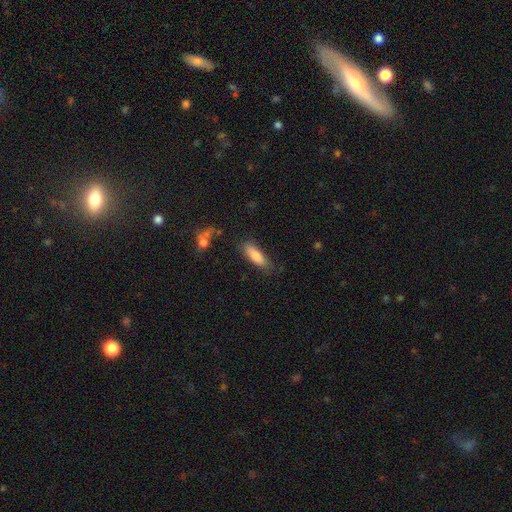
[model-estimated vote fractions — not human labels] Overall: smooth (82%). How rounded: in between (54%; cigar-shaped 44%). Merging: none (77%).